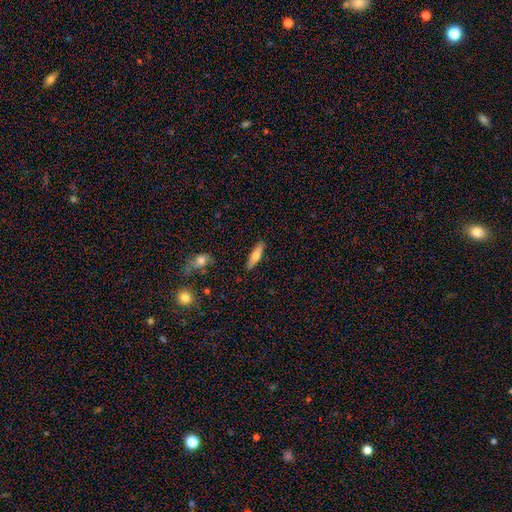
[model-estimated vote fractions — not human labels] Morphology: type=smooth (65%); roundness=cigar-shaped (70%); merging=none (88%).